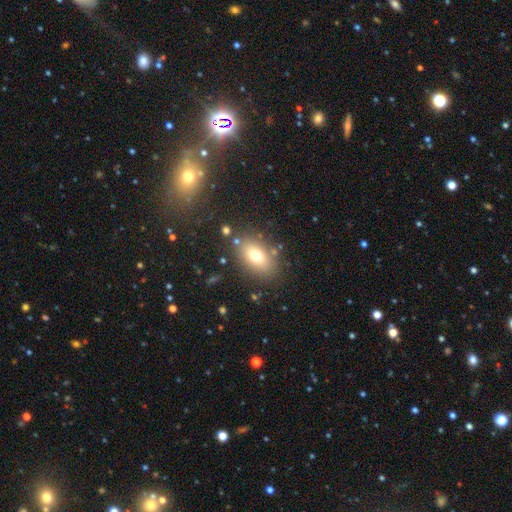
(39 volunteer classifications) A smooth galaxy with no disk features (74%) that is in between round and cigar-shaped (90%).

Vote fractions:
- Smooth or featured? smooth: 74% / featured or disk: 23% / star or artifact: 3%
- How rounded? in between: 90% / round: 10% / cigar-shaped: 0%
- Merging? none: 87% / major disturbance: 8% / minor disturbance: 5% / merger: 0%